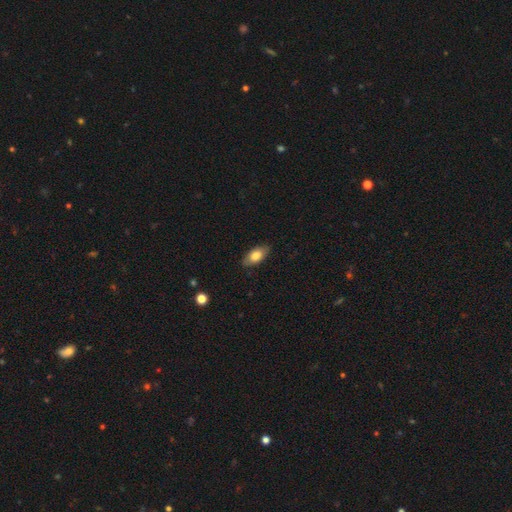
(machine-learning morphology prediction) type=smooth (78%); roundness=in between (90%); merging=none (84%).